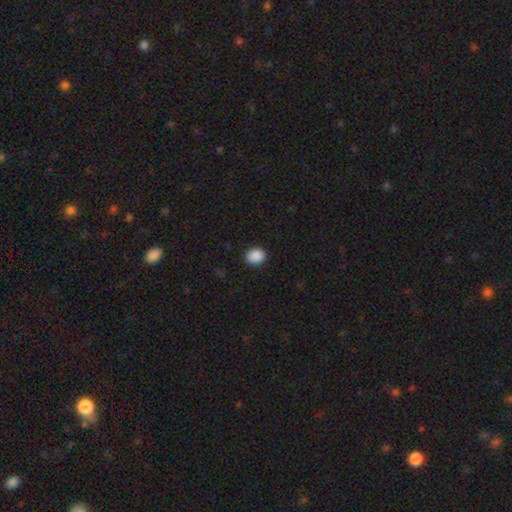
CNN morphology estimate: A smooth galaxy with no disk features (89%) that is round (54%).

Vote fractions:
- Smooth or featured? smooth: 89% / star or artifact: 8% / featured or disk: 2%
- How rounded? round: 54% / in between: 45% / cigar-shaped: 1%
- Merging? none: 90% / minor disturbance: 8% / major disturbance: 2% / merger: 1%